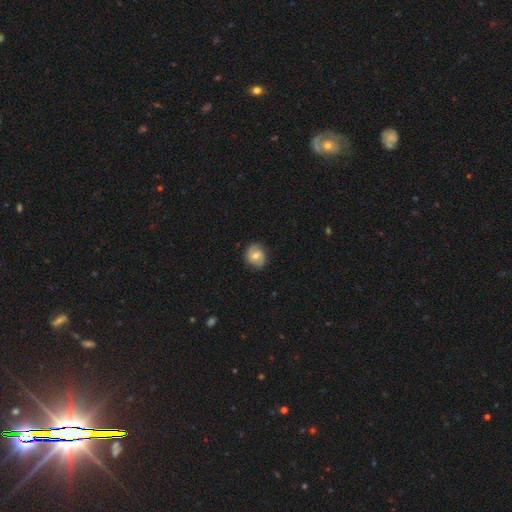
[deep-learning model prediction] Smooth or featured?
  - featured or disk: 49% *
  - smooth: 44%
  - star or artifact: 7%
Merging?
  - none: 80% *
  - minor disturbance: 15%
  - major disturbance: 4%
  - merger: 1%